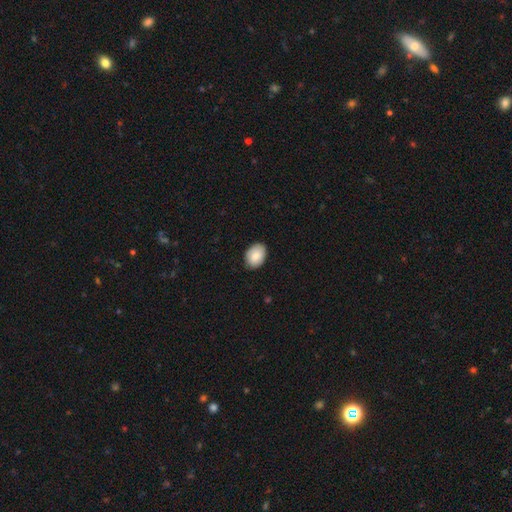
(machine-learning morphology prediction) type=smooth (86%); roundness=in between (76%); merging=none (86%).